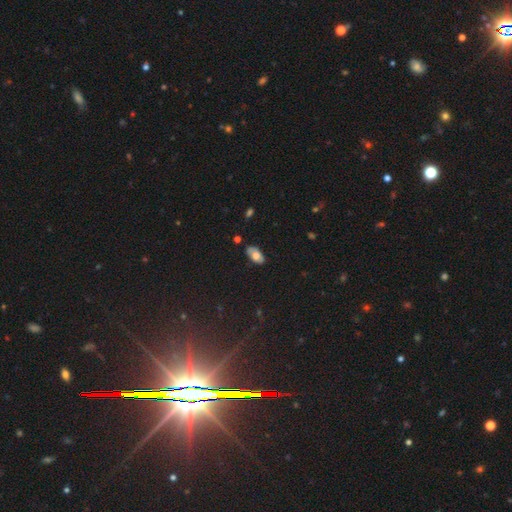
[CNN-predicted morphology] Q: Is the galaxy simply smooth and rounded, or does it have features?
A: smooth — 68%.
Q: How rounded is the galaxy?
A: in between — 92%.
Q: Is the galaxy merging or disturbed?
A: none — 78%.